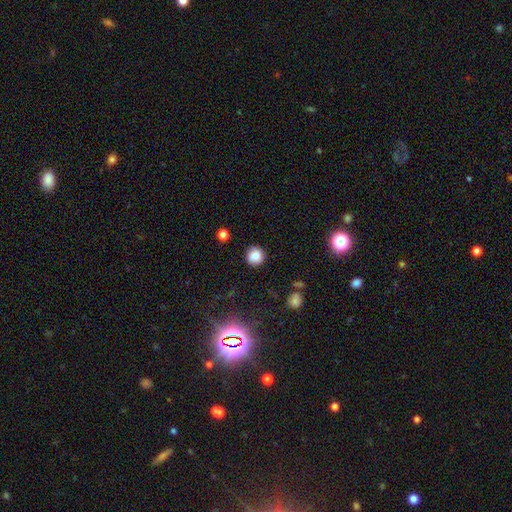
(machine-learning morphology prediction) A smooth galaxy with no disk features (79%) that is round (91%). Merging: none (85%).